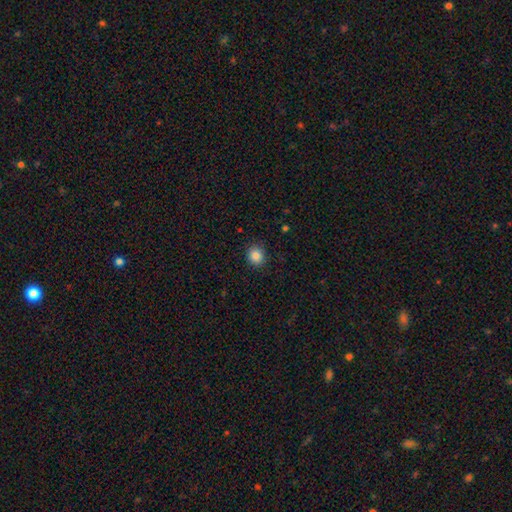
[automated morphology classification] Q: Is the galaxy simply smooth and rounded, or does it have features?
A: smooth — 85%.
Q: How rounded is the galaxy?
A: round — 84%.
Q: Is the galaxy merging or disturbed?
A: none — 90%.